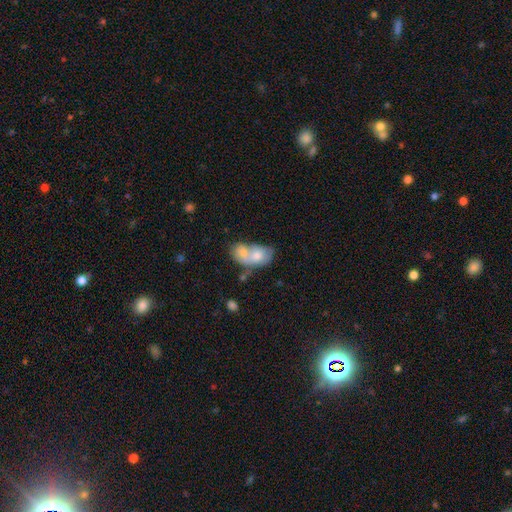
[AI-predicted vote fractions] The model was most divided on "smooth or featured": smooth: 69%, featured or disk: 25%, star or artifact: 6%. More confident: how rounded — in between (81%); merging — merger (73%).